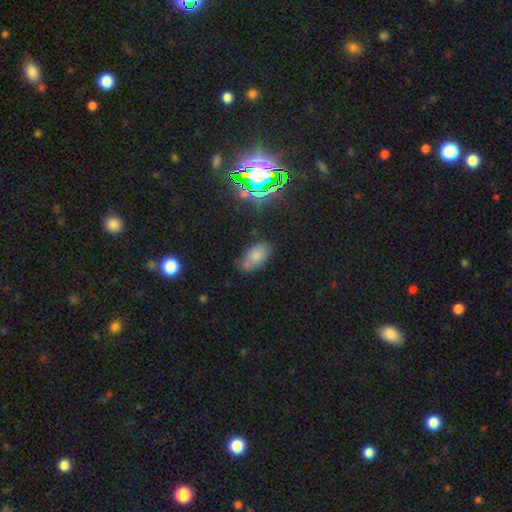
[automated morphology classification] Smooth or featured? smooth (69%)
How rounded? in between (92%)
Merging? none (64%)